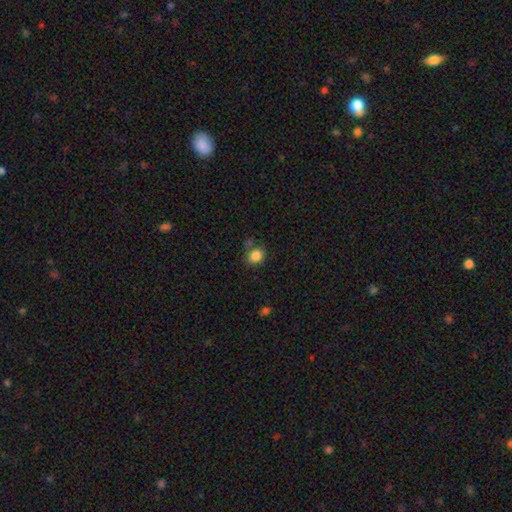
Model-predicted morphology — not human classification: Q: Smooth or featured?
A: smooth (85%); runner-up: star or artifact (10%)
Q: How rounded?
A: round (65%); runner-up: in between (34%)
Q: Merging?
A: none (72%); runner-up: minor disturbance (14%)